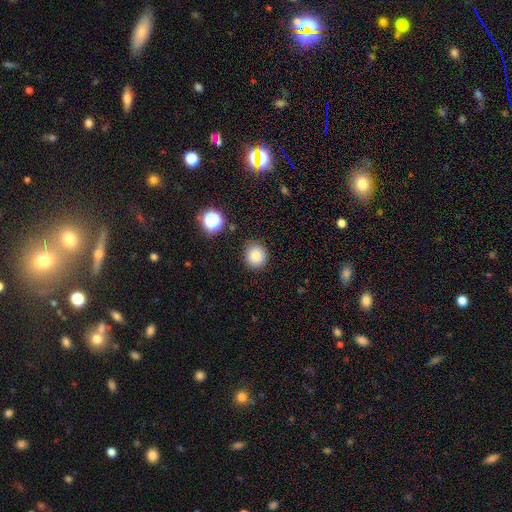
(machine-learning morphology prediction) smooth 83%, star or artifact 12%, featured or disk 5%. Down the decision tree: how rounded — round (92%); merging — none (85%).